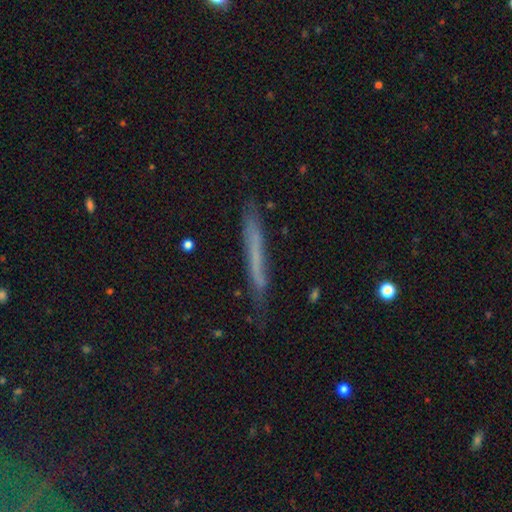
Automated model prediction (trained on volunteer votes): A smooth galaxy with no disk features (49%). Merging: none (84%).